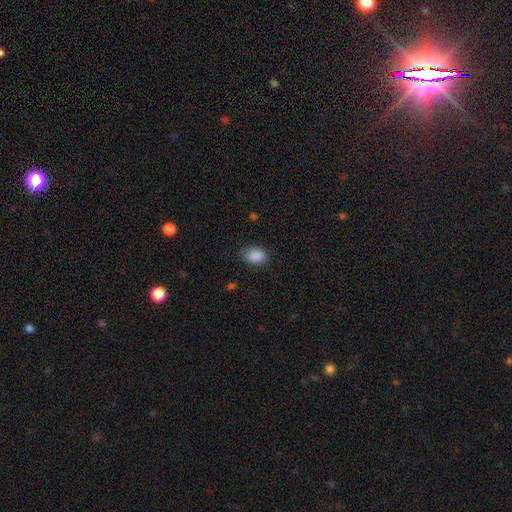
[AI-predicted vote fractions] Smooth or featured: smooth — 88% (star or artifact — 8%)
How rounded: in between — 76% (round — 23%)
Merging: none — 77% (minor disturbance — 18%)